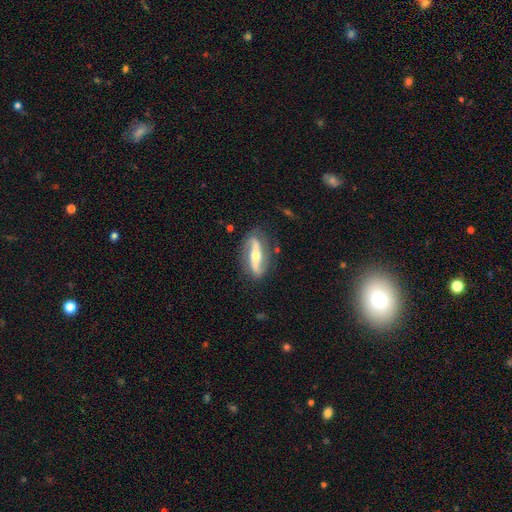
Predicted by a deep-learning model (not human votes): Overall: featured or disk (81%). Edge-on disk: no (76%). Bar: strong (62%). Spiral arms: yes (86%). Spiral arm count: 2 (90%). Spiral winding: loose (57%; medium 27%). Bulge size: moderate (64%; small 28%). Merging: none (80%).